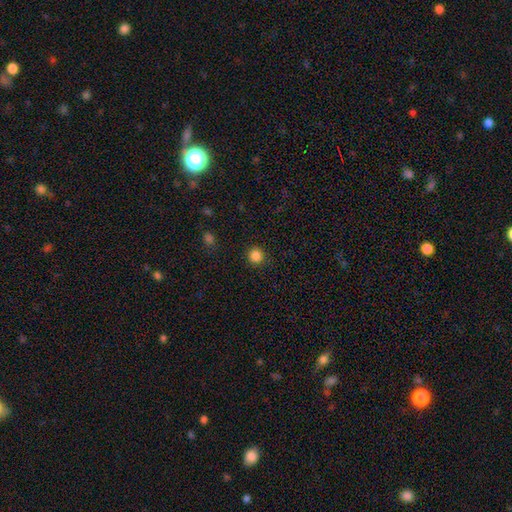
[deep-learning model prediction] smooth 85%, star or artifact 12%, featured or disk 3%. Down the decision tree: how rounded — round (95%); merging — none (92%).